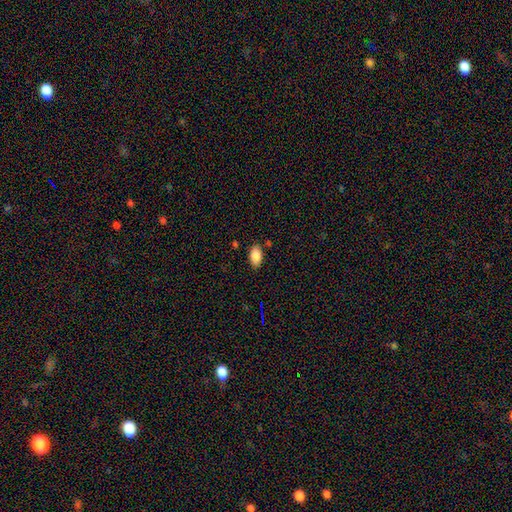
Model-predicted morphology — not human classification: This is clearly a smooth galaxy (86%). How rounded: clearly in between (93%). Merging: clearly none (82%).